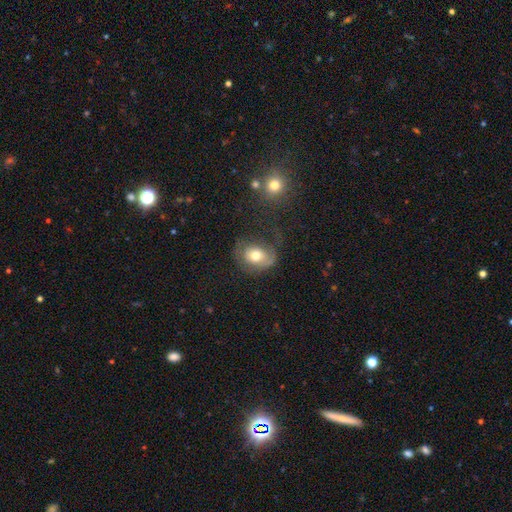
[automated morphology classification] Smooth or featured: smooth — 61% (featured or disk — 30%)
How rounded: in between — 57% (round — 42%)
Merging: none — 43% (major disturbance — 29%)